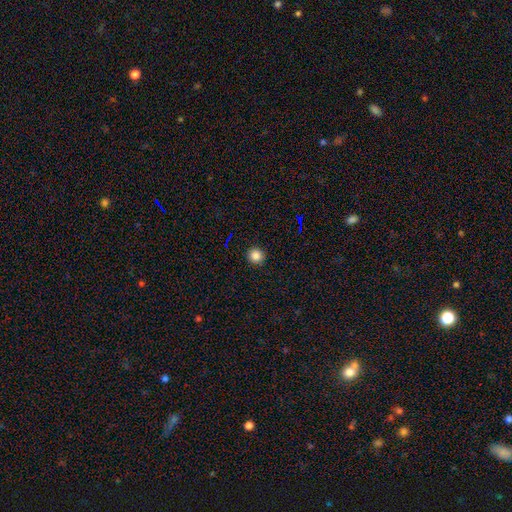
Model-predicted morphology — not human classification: smooth 84%, star or artifact 12%, featured or disk 4%. Down the decision tree: how rounded — round (95%); merging — none (93%).